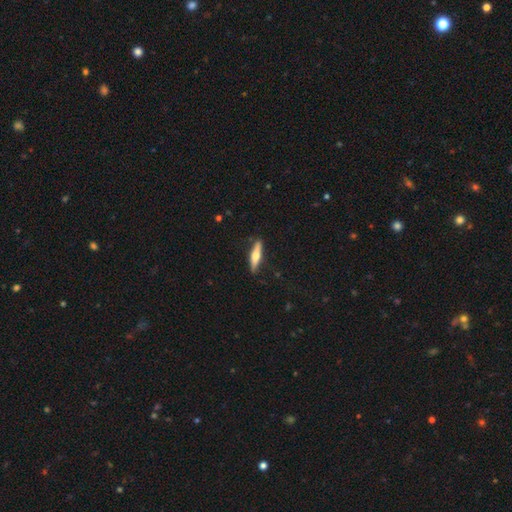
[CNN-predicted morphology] The model was most divided on "smooth or featured": featured or disk: 50%, smooth: 45%, star or artifact: 5%. More confident: edge-on disk — yes (95%); merging — none (87%).